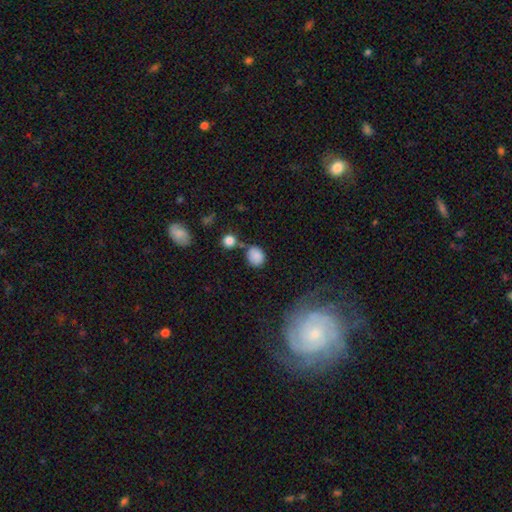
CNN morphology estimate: A smooth galaxy with no disk features (84%) that is round (66%).

Vote fractions:
- Smooth or featured? smooth: 84% / star or artifact: 10% / featured or disk: 5%
- How rounded? round: 66% / in between: 33% / cigar-shaped: 1%
- Merging? none: 63% / minor disturbance: 17% / merger: 15% / major disturbance: 5%